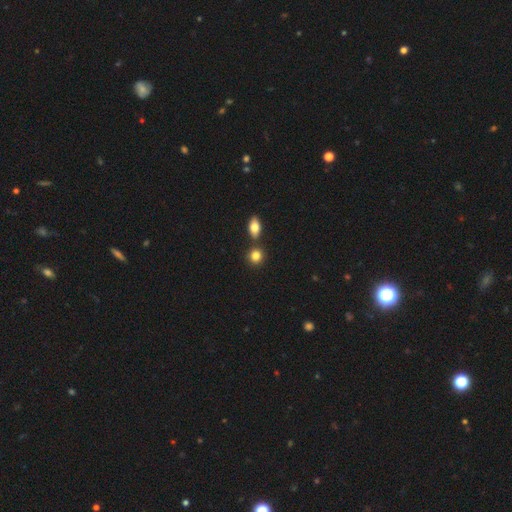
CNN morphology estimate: Q: Smooth or featured?
A: smooth (84%); runner-up: star or artifact (10%)
Q: How rounded?
A: round (75%); runner-up: in between (24%)
Q: Merging?
A: none (71%); runner-up: merger (17%)